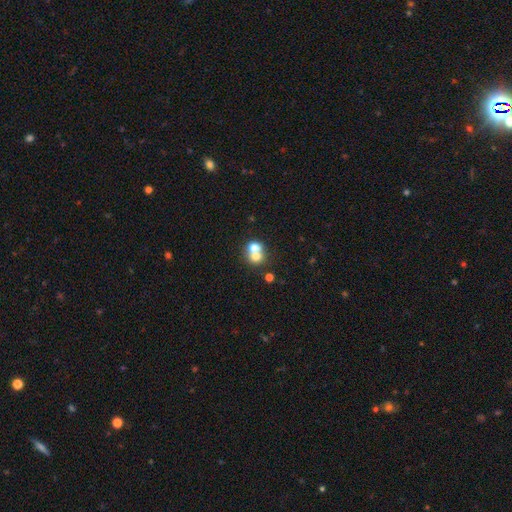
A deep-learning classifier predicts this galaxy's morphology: type=smooth (68%); roundness=round (80%); merging=merger (57%).